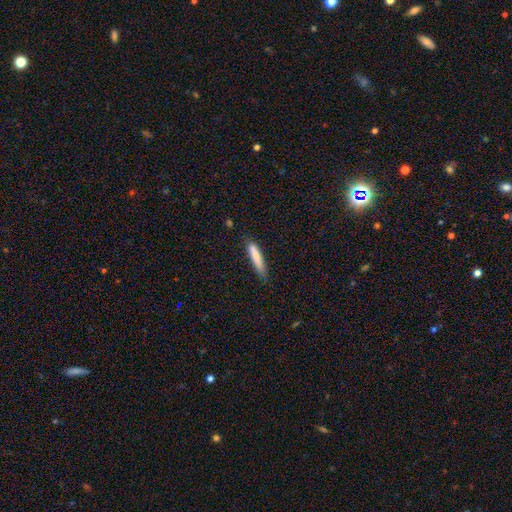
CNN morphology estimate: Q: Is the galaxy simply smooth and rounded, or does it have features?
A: smooth — 82%.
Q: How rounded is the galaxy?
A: cigar-shaped — 89%.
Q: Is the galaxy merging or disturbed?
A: none — 74%.